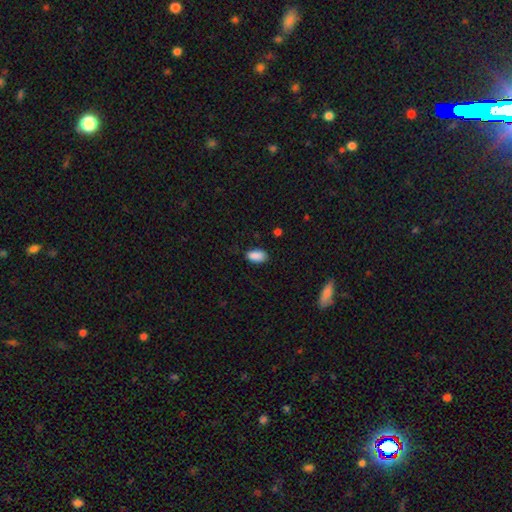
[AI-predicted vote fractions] Q: Smooth or featured?
A: smooth (88%); runner-up: star or artifact (8%)
Q: How rounded?
A: in between (92%); runner-up: round (5%)
Q: Merging?
A: none (73%); runner-up: minor disturbance (21%)